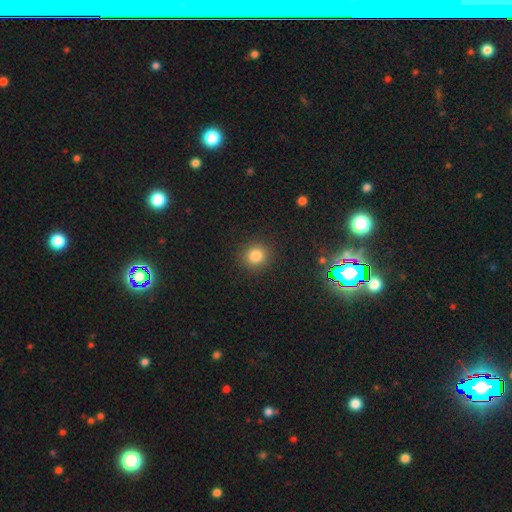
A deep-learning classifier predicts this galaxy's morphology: A smooth galaxy with no disk features (82%) that is round (88%).

Vote fractions:
- Smooth or featured? smooth: 82% / star or artifact: 12% / featured or disk: 5%
- How rounded? round: 88% / in between: 11% / cigar-shaped: 1%
- Merging? none: 90% / minor disturbance: 6% / major disturbance: 2% / merger: 1%